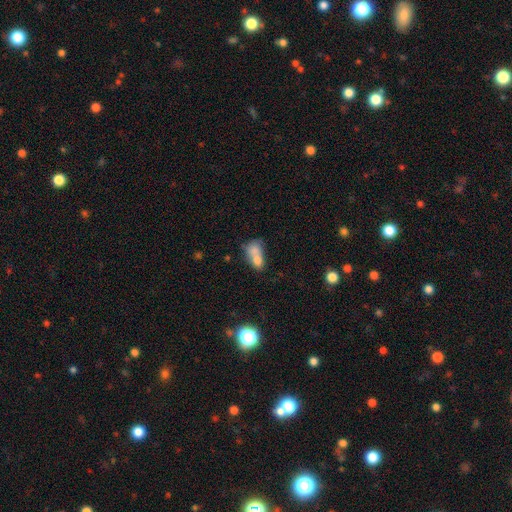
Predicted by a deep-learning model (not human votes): Overall: smooth (73%). How rounded: in between (73%). Merging: merger (68%).